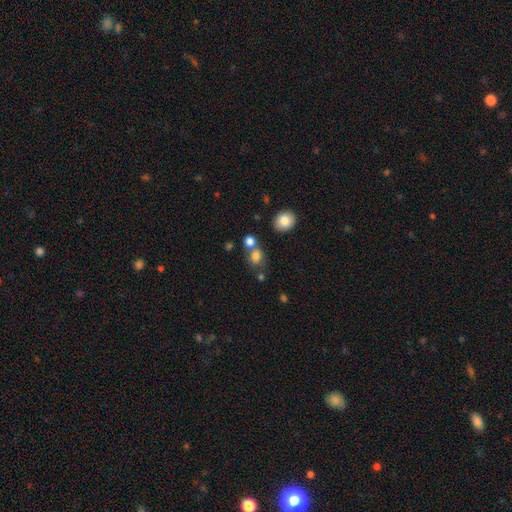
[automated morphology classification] A smooth galaxy with no disk features (80%) that is round (62%). Merging: none (55%).